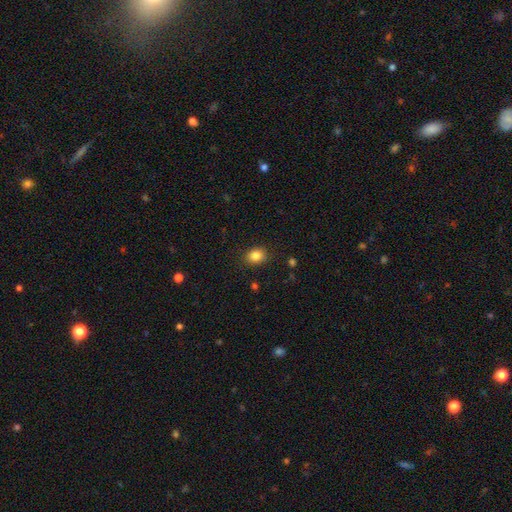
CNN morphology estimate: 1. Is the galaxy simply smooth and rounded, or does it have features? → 85% smooth, 10% star or artifact, 5% featured or disk.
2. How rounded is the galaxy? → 57% round, 42% in between, 1% cigar-shaped.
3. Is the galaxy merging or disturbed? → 86% none, 10% minor disturbance, 3% major disturbance, 1% merger.